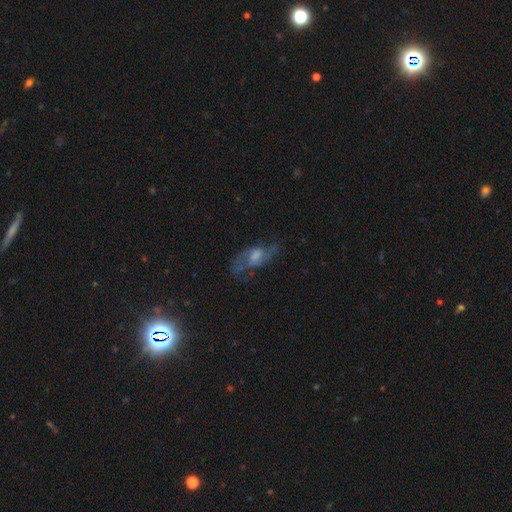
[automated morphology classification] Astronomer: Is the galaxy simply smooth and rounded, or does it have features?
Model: featured or disk — 67%.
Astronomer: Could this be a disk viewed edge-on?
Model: no — 89%.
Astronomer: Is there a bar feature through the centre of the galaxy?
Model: no — 51% (runner-up: weak, 39%).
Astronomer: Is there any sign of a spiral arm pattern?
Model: yes — 82%.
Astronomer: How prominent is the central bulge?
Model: moderate — 42% (runner-up: small, 27%).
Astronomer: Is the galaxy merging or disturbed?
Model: none — 61%.